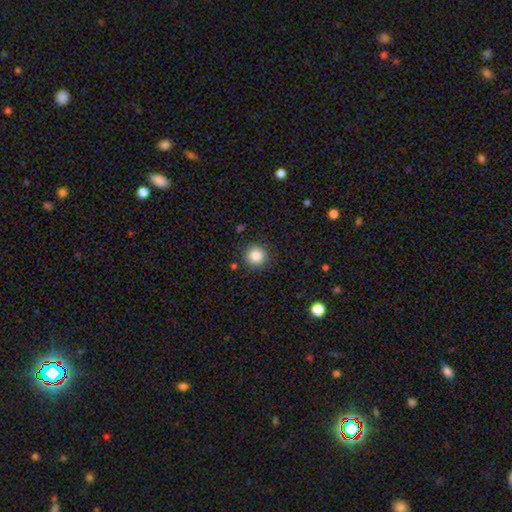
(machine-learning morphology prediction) Q: Smooth or featured?
A: smooth (86%); runner-up: star or artifact (10%)
Q: How rounded?
A: round (95%); runner-up: in between (4%)
Q: Merging?
A: none (89%); runner-up: minor disturbance (7%)